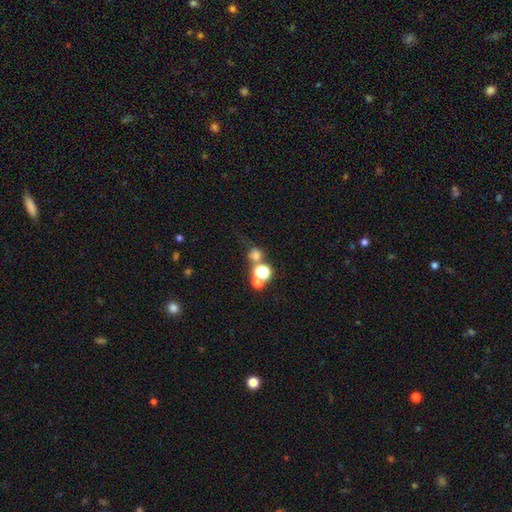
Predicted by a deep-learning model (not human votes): Smooth or featured? smooth (63%)
How rounded? round (84%)
Merging? none (52%)